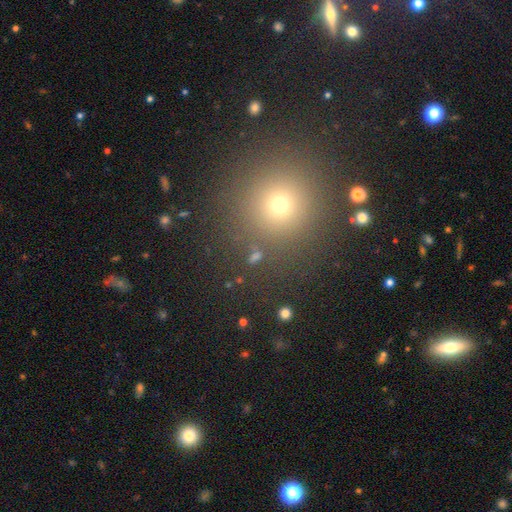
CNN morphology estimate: This appears to be a smooth galaxy with no disk features (61%) that is round (91%). Merging: none (86%).